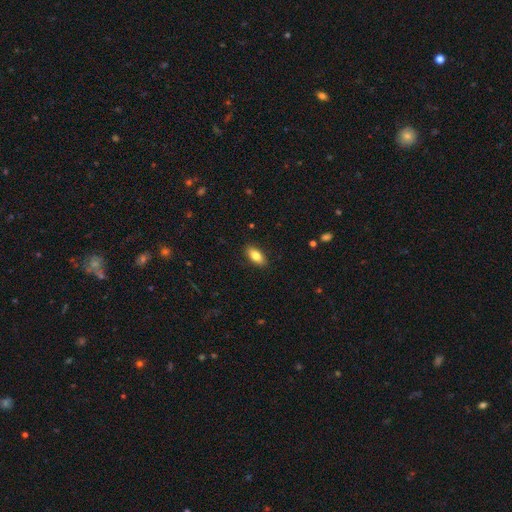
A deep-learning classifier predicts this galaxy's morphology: smooth-or-featured: smooth: 82% | featured or disk: 11% | star or artifact: 7%
  how-rounded: in between: 89% | cigar-shaped: 8% | round: 3%
  merging: none: 89% | minor disturbance: 8% | major disturbance: 2% | merger: 1%